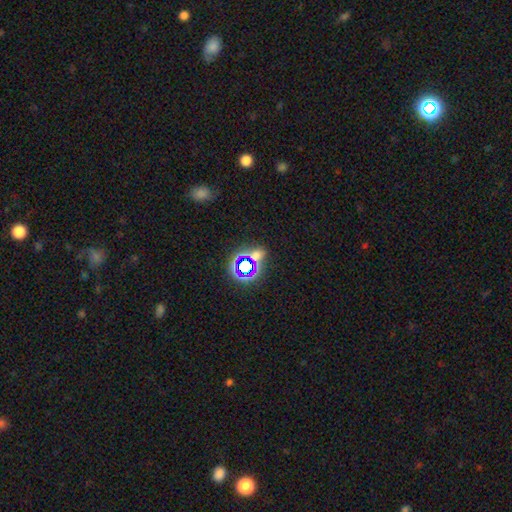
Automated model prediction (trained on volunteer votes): This is possibly a star or artifact rather than a galaxy (56%).